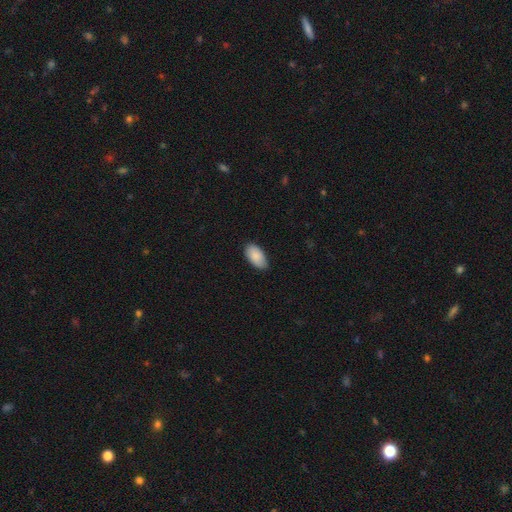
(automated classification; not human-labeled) Smooth or featured? smooth (89%)
How rounded? in between (96%)
Merging? none (81%)